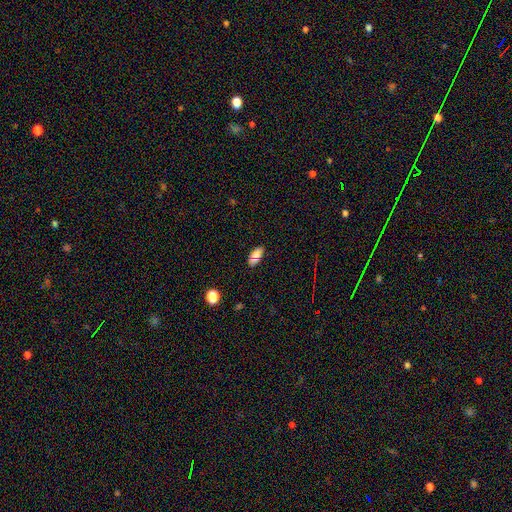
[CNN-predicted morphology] Smooth or featured?
  - smooth: 68% *
  - featured or disk: 17%
  - star or artifact: 15%
How rounded?
  - in between: 88% *
  - cigar-shaped: 7%
  - round: 5%
Merging?
  - none: 80% *
  - minor disturbance: 13%
  - merger: 3%
  - major disturbance: 3%